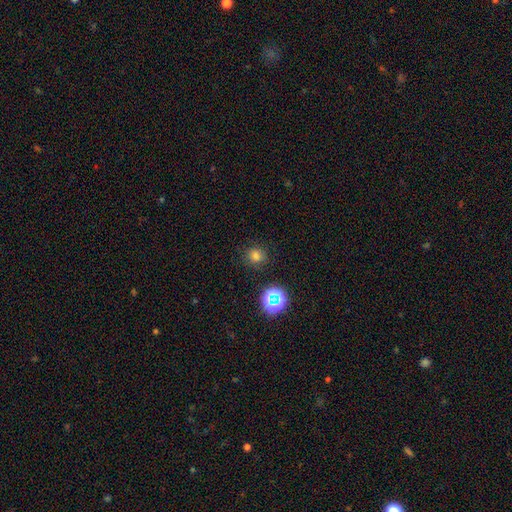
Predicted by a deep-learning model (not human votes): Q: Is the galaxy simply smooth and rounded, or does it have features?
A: smooth — 74%.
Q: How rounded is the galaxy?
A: round — 87%.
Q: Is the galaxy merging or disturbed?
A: none — 86%.